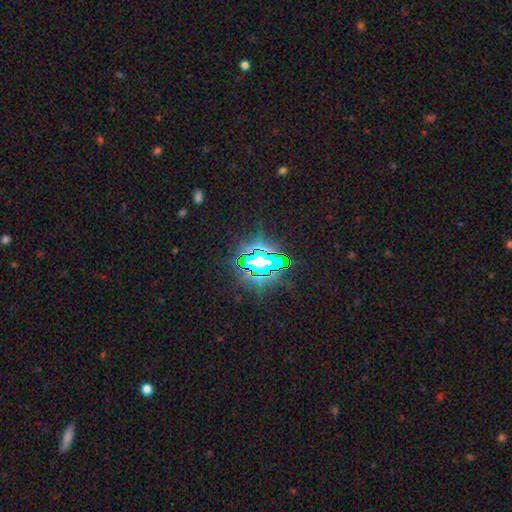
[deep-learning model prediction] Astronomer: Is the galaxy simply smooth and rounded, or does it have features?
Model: star or artifact — 73%.